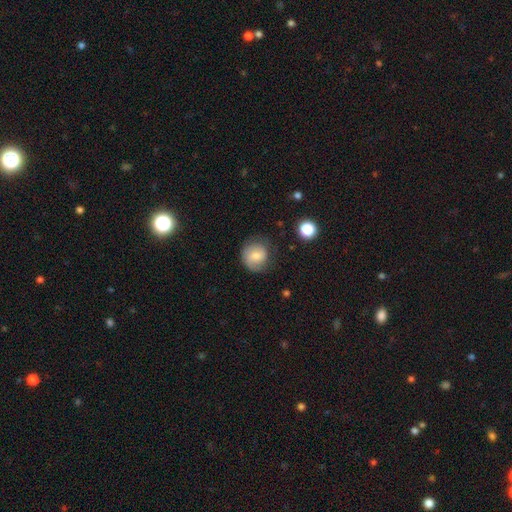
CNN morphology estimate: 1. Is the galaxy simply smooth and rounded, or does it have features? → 62% smooth, 29% featured or disk, 9% star or artifact.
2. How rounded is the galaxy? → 85% round, 14% in between, 1% cigar-shaped.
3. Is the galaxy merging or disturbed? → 70% none, 21% minor disturbance, 7% major disturbance, 1% merger.